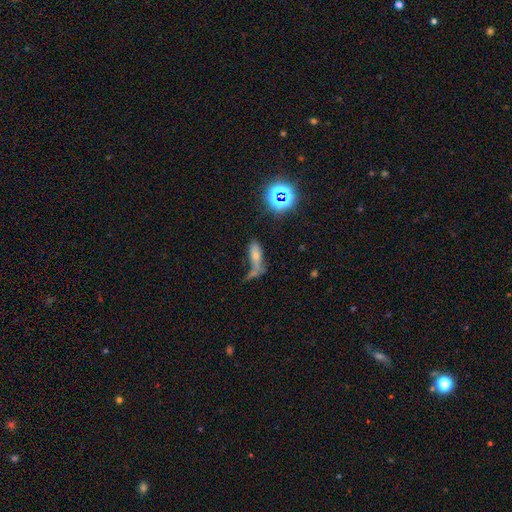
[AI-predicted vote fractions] Q: Smooth or featured?
A: smooth (57%); runner-up: star or artifact (22%)
Q: How rounded?
A: in between (69%); runner-up: cigar-shaped (25%)
Q: Merging?
A: merger (34%); runner-up: none (31%)